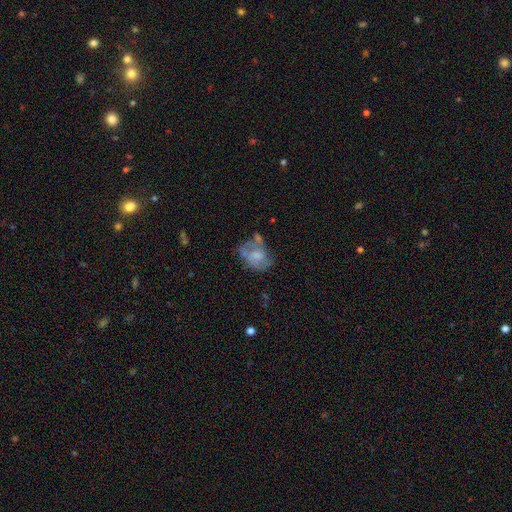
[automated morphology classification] Smooth or featured?
  - featured or disk: 54% *
  - smooth: 37%
  - star or artifact: 9%
Edge-on disk?
  - no: 97% *
  - yes: 3%
Bar?
  - no: 72% *
  - weak: 24%
  - strong: 4%
Spiral arms?
  - no: 51% *
  - yes: 49%
Bulge size?
  - moderate: 37% *
  - none: 25%
  - small: 24%
  - large: 11%
  - dominant: 2%
Merging?
  - none: 35% *
  - major disturbance: 27%
  - minor disturbance: 26%
  - merger: 12%